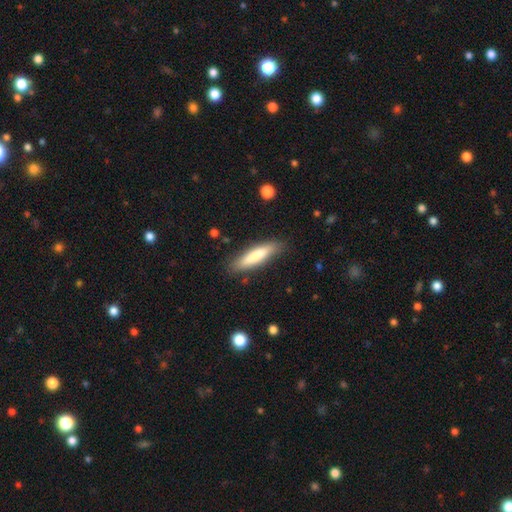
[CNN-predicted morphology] Smooth or featured? Predicted: smooth (p=0.78). How rounded? Predicted: cigar-shaped (p=0.78). Merging? Predicted: none (p=0.84).